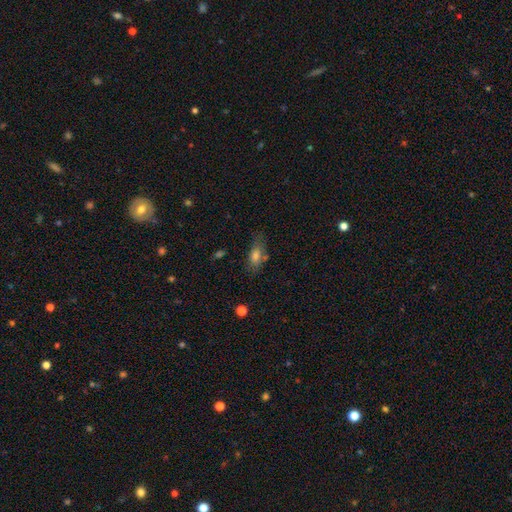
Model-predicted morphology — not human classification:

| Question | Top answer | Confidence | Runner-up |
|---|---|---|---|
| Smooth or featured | smooth | 69% | featured or disk (18%) |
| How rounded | in between | 78% | cigar-shaped (16%) |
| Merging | none | 62% | minor disturbance (23%) |